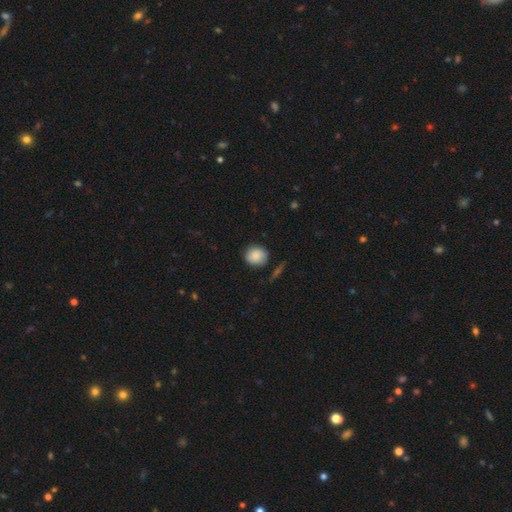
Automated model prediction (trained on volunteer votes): This appears to be a smooth galaxy with no disk features (87%) that is round (85%). Merging: none (80%).